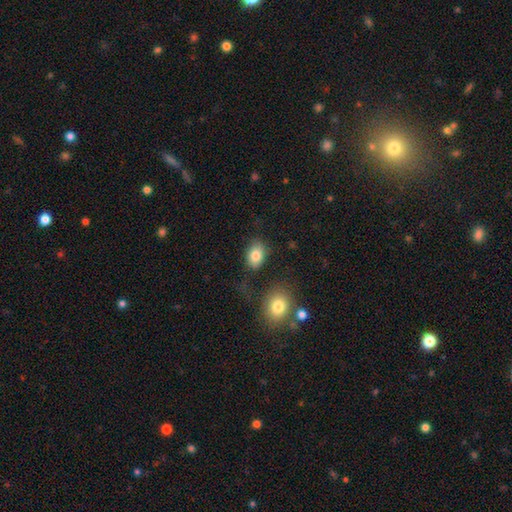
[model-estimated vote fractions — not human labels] Smooth or featured? Predicted: smooth (p=0.83). How rounded? Predicted: in between (p=0.80). Merging? Predicted: none (p=0.76).